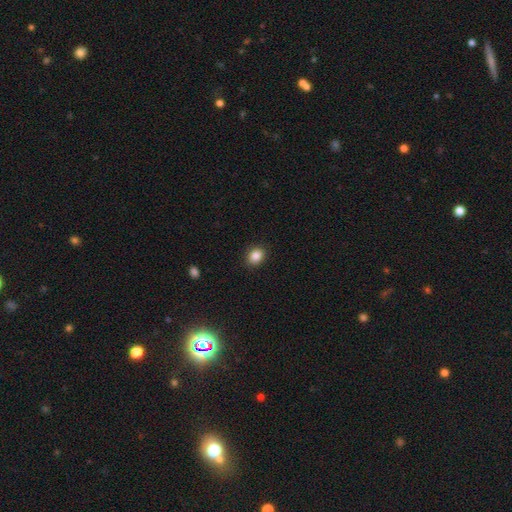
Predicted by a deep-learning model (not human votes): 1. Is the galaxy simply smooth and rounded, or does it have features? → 86% smooth, 10% star or artifact, 4% featured or disk.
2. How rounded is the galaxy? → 54% round, 45% in between, 1% cigar-shaped.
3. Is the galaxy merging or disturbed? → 90% none, 7% minor disturbance, 2% major disturbance, 1% merger.